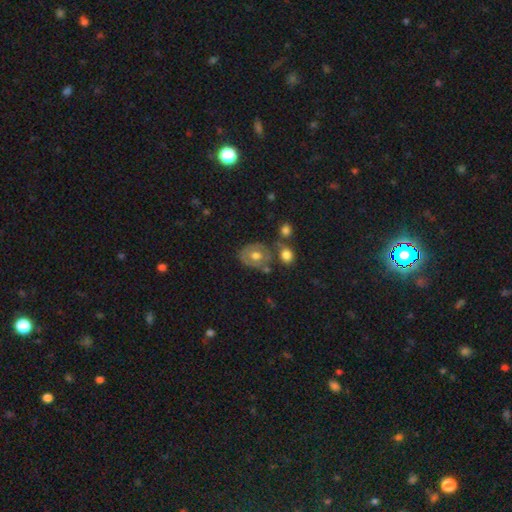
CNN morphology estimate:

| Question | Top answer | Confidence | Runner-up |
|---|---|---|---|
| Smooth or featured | smooth | 48% | featured or disk (44%) |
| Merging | none | 56% | minor disturbance (20%) |